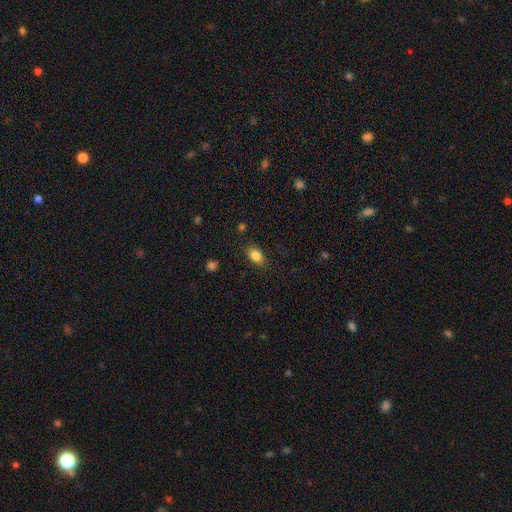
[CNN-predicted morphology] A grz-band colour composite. It shows a smooth galaxy with no disk features (85%) that is in between round and cigar-shaped (88%). Merging: none (84%).